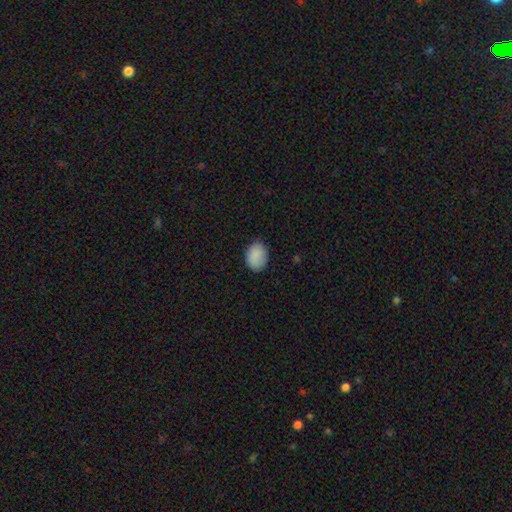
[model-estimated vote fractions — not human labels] Smooth or featured: smooth — 89% (star or artifact — 7%)
How rounded: in between — 72% (round — 27%)
Merging: none — 84% (minor disturbance — 12%)